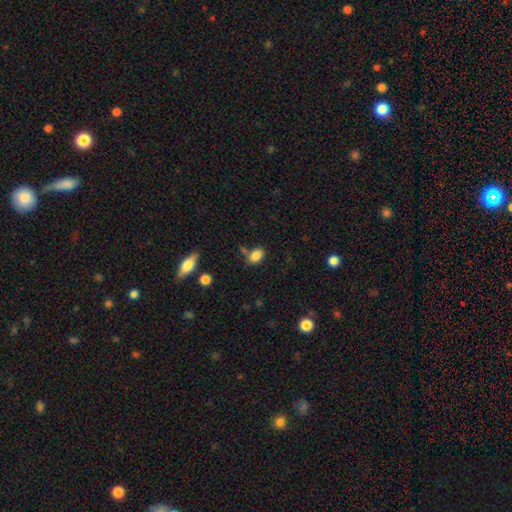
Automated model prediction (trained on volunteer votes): Smooth or featured?
  - smooth: 84% *
  - star or artifact: 9%
  - featured or disk: 7%
How rounded?
  - in between: 81% *
  - round: 18%
  - cigar-shaped: 2%
Merging?
  - none: 67% *
  - minor disturbance: 18%
  - merger: 11%
  - major disturbance: 5%